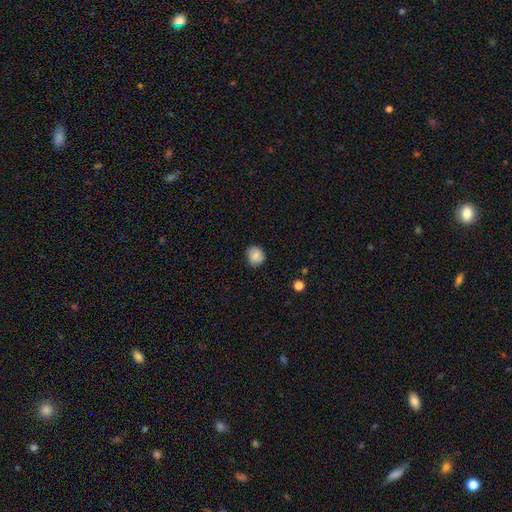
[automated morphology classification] Smooth or featured: smooth — 82% (featured or disk — 9%)
How rounded: round — 83% (in between — 16%)
Merging: none — 85% (minor disturbance — 12%)